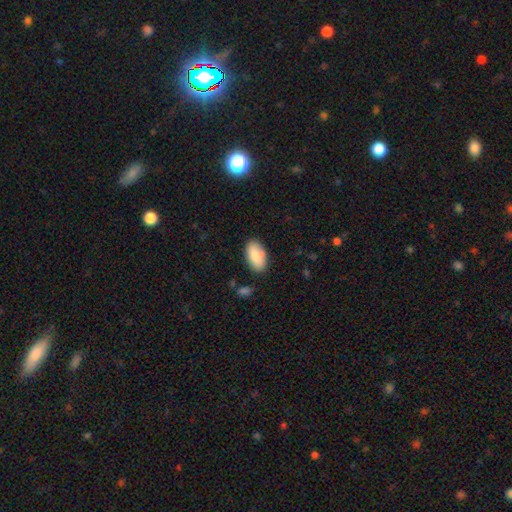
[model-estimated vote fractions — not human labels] smooth-or-featured: smooth: 84% | featured or disk: 10% | star or artifact: 6%
  how-rounded: in between: 94% | round: 3% | cigar-shaped: 3%
  merging: none: 78% | minor disturbance: 15% | merger: 4% | major disturbance: 3%